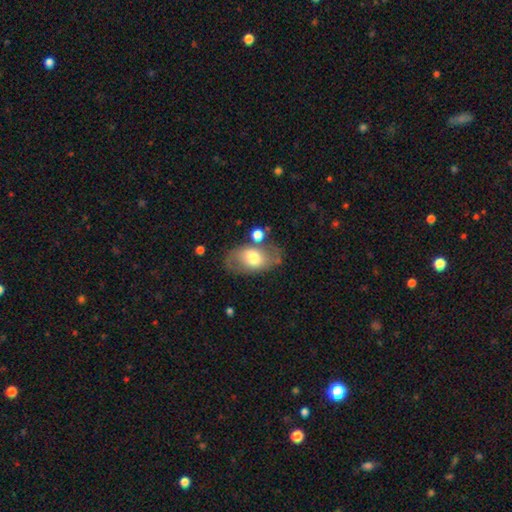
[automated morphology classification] Smooth or featured? smooth (60%)
How rounded? in between (89%)
Merging? none (64%)